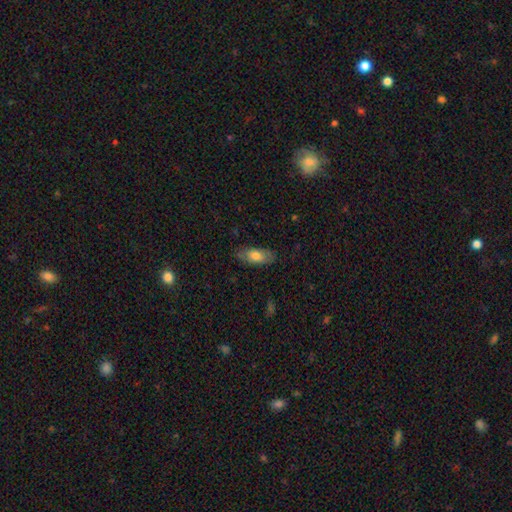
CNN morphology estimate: Smooth or featured: smooth — 73% (featured or disk — 21%)
How rounded: in between — 82% (cigar-shaped — 15%)
Merging: none — 80% (minor disturbance — 16%)